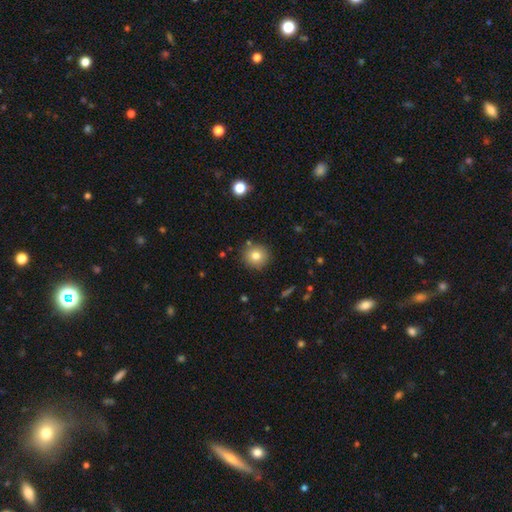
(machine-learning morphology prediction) This is likely a smooth galaxy (78%). How rounded: clearly round (91%). Merging: clearly none (85%).